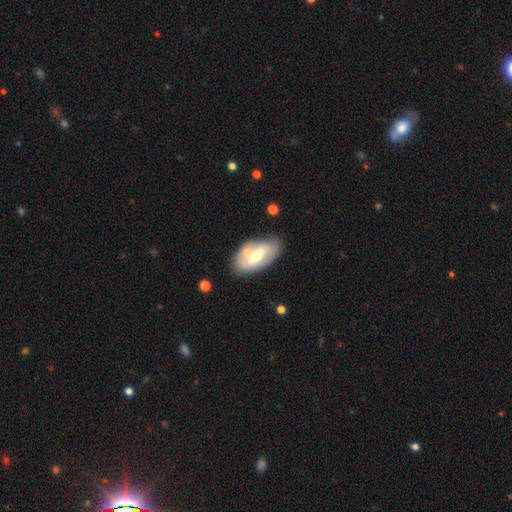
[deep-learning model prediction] Overall: featured or disk (54%; smooth 40%). Edge-on disk: no (90%). Merging: none (67%).